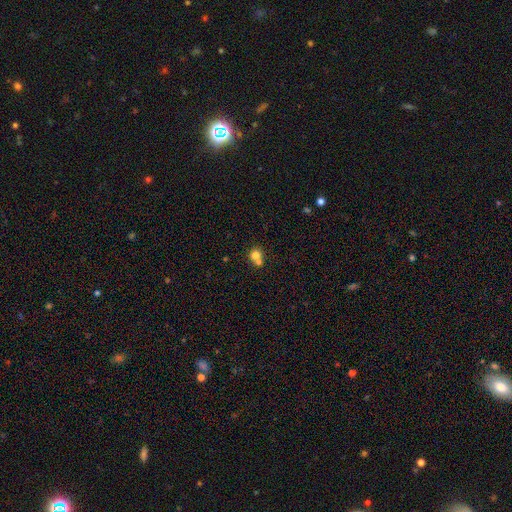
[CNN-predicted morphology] A smooth galaxy with no disk features (76%) that is round (82%). Merging: merger (51%).